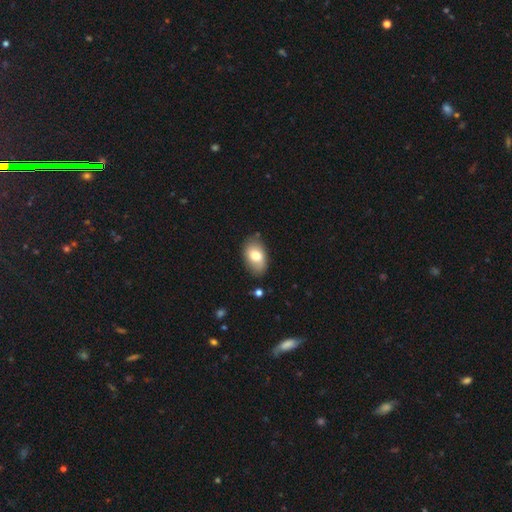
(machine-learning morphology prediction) Overall: smooth (76%). How rounded: in between (91%). Merging: none (79%).